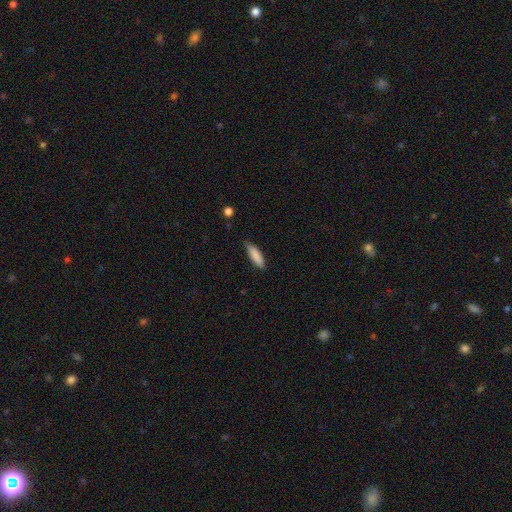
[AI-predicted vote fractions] The model was most divided on "how rounded": cigar-shaped: 58%, in between: 40%, round: 2%. More confident: smooth or featured — smooth (86%); merging — none (78%).